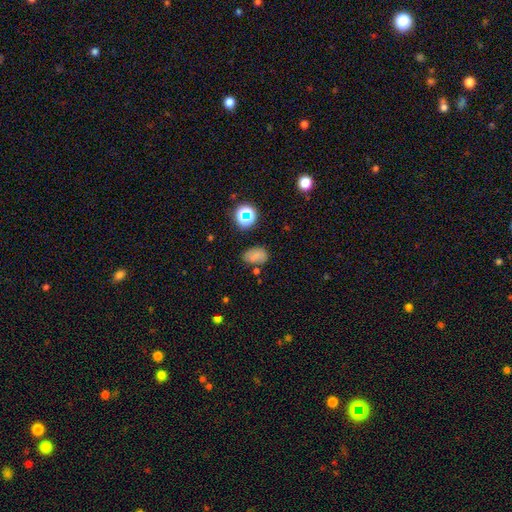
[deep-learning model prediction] Smooth or featured? smooth (70%)
How rounded? in between (80%)
Merging? none (69%)